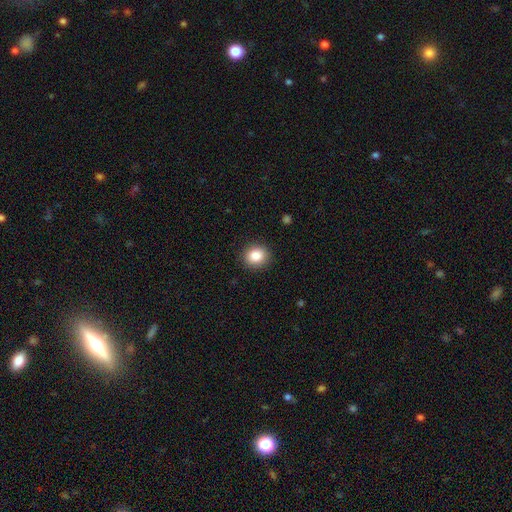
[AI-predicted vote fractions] Smooth or featured: smooth — 86% (star or artifact — 9%)
How rounded: round — 78% (in between — 21%)
Merging: none — 90% (minor disturbance — 7%)